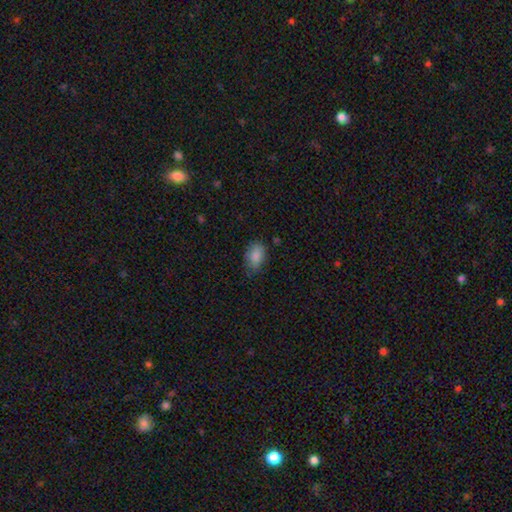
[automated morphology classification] Q: Smooth or featured?
A: smooth (86%); runner-up: star or artifact (8%)
Q: How rounded?
A: in between (88%); runner-up: round (11%)
Q: Merging?
A: none (70%); runner-up: minor disturbance (23%)